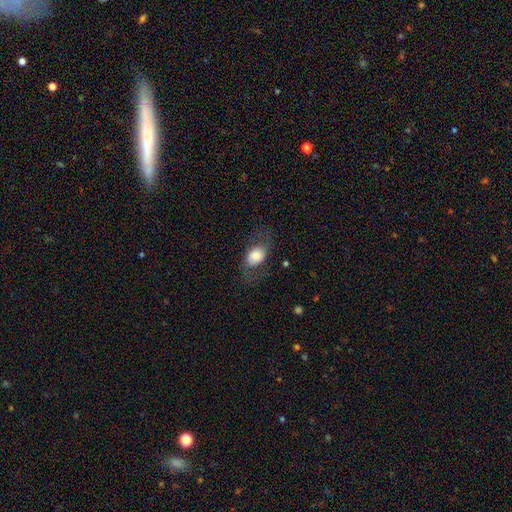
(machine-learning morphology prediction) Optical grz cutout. It shows a smooth galaxy with no disk features (65%) that is in between round and cigar-shaped (76%). Merging: none (65%).